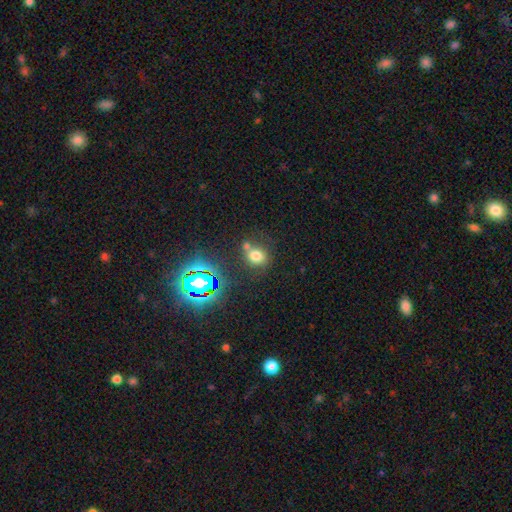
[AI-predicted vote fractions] A smooth galaxy with no disk features (69%) that is round (70%).

Vote fractions:
- Smooth or featured? smooth: 69% / star or artifact: 21% / featured or disk: 10%
- How rounded? round: 70% / in between: 28% / cigar-shaped: 1%
- Merging? none: 60% / merger: 23% / minor disturbance: 13% / major disturbance: 5%